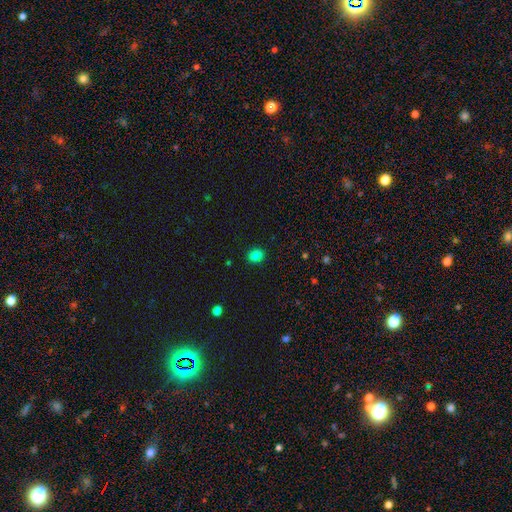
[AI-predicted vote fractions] smooth 84%, star or artifact 12%, featured or disk 4%. Down the decision tree: how rounded — round (60%); merging — none (90%).